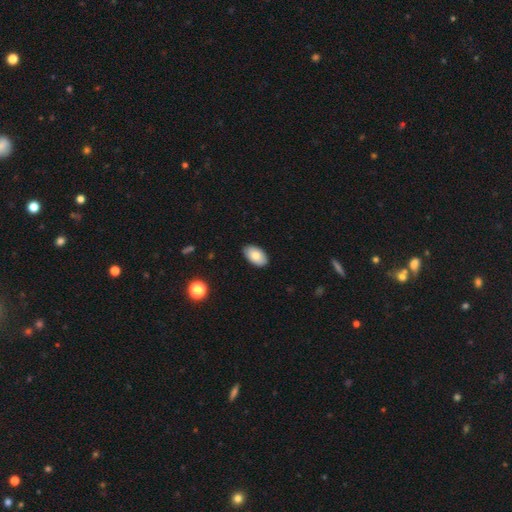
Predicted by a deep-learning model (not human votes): smooth-or-featured: smooth: 82% | featured or disk: 11% | star or artifact: 7%
  how-rounded: in between: 95% | round: 4% | cigar-shaped: 1%
  merging: none: 88% | minor disturbance: 9% | major disturbance: 2% | merger: 1%